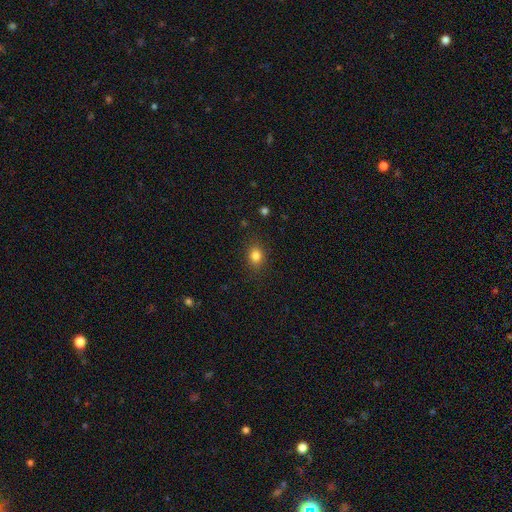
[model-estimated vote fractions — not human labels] smooth-or-featured: smooth: 82% | star or artifact: 12% | featured or disk: 6%
  how-rounded: round: 51% | in between: 48% | cigar-shaped: 1%
  merging: none: 86% | minor disturbance: 10% | major disturbance: 3% | merger: 1%